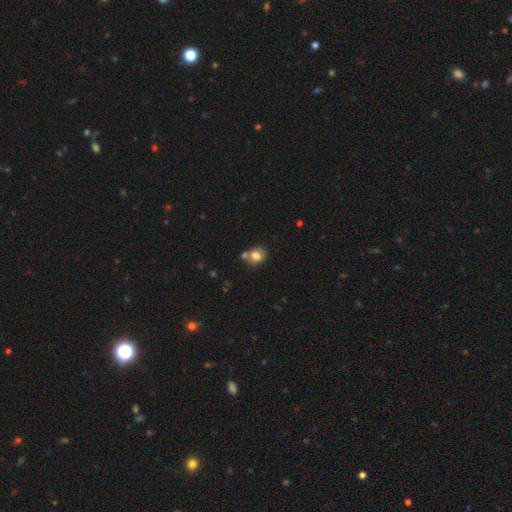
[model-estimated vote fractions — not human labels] Morphology: type=smooth (77%); roundness=round (63%); merging=none (56%).